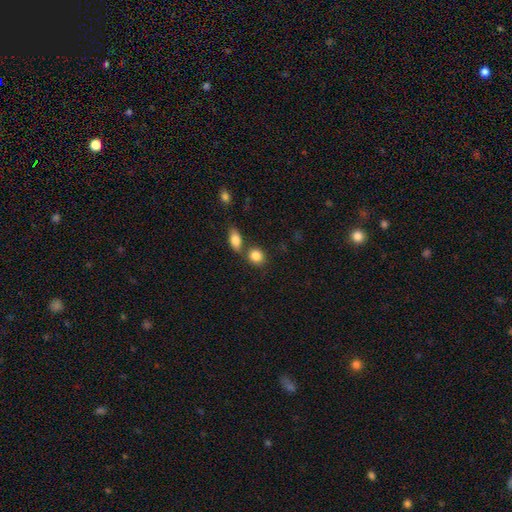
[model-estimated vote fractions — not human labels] This appears to be a smooth galaxy with no disk features (86%) that is round (67%). Merging: none (59%).